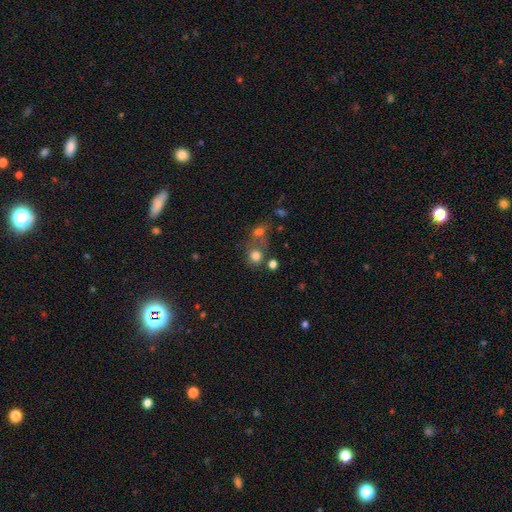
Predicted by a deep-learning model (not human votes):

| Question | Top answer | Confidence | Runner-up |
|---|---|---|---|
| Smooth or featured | smooth | 76% | star or artifact (15%) |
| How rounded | round | 80% | in between (18%) |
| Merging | none | 49% | merger (33%) |